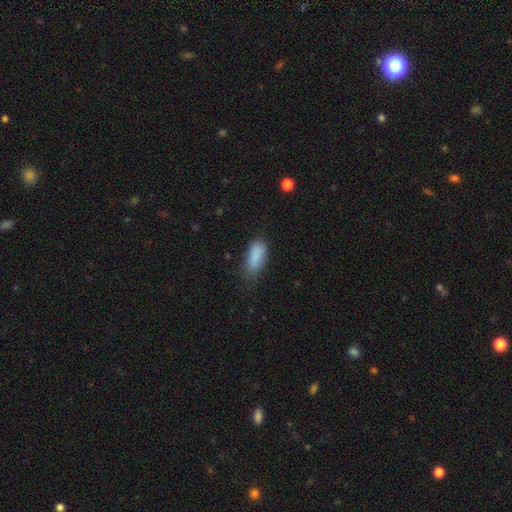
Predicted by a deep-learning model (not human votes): Q: Smooth or featured?
A: smooth (87%); runner-up: star or artifact (7%)
Q: How rounded?
A: in between (82%); runner-up: cigar-shaped (15%)
Q: Merging?
A: none (70%); runner-up: minor disturbance (23%)